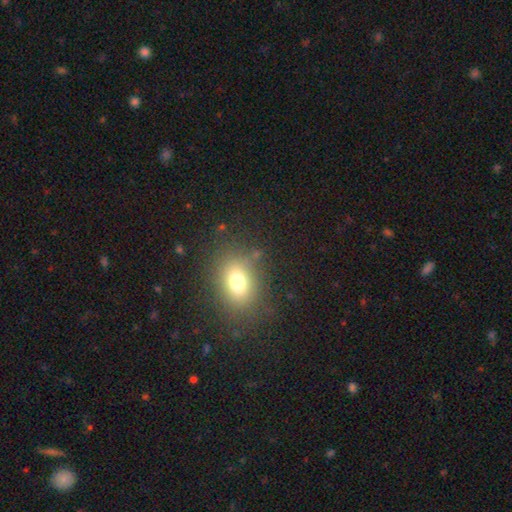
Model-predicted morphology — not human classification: Q: Smooth or featured?
A: smooth (75%); runner-up: star or artifact (14%)
Q: How rounded?
A: in between (63%); runner-up: round (35%)
Q: Merging?
A: none (83%); runner-up: minor disturbance (11%)